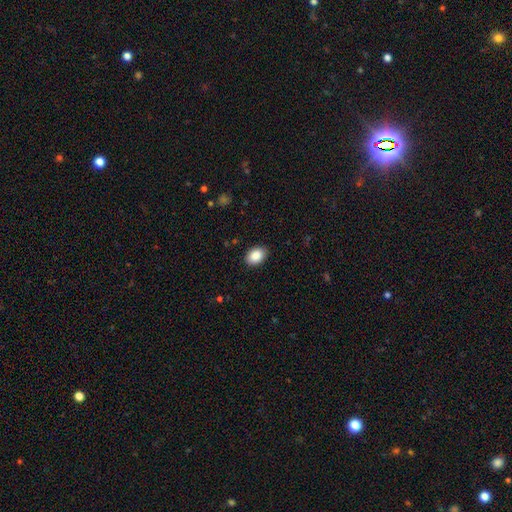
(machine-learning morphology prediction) A smooth galaxy with no disk features (89%) that is in between round and cigar-shaped (78%). Merging: none (88%).